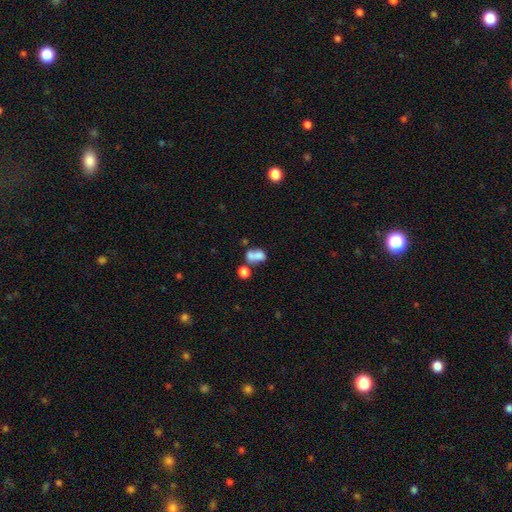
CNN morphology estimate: Smooth or featured? Predicted: smooth (p=0.68). How rounded? Predicted: in between (p=0.68). Merging? Predicted: merger (p=0.63).